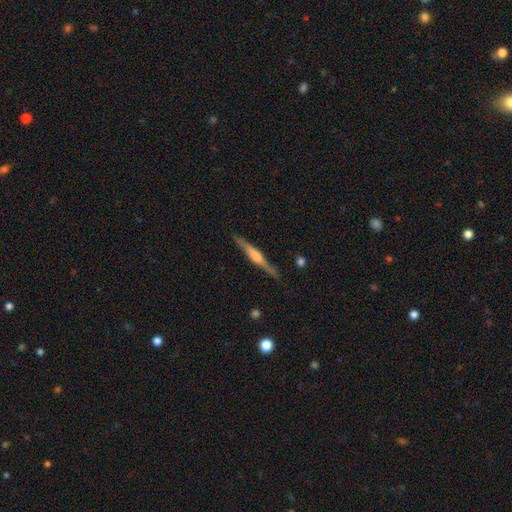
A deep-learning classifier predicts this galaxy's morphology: smooth_or_featured: featured or disk (p=0.68) [alt: smooth p=0.27]
disk_edge_on: yes (p=0.97) [alt: no p=0.03]
edge_on_bulge: rounded (p=0.59) [alt: boxy p=0.29]
merging: none (p=0.87) [alt: minor disturbance p=0.10]